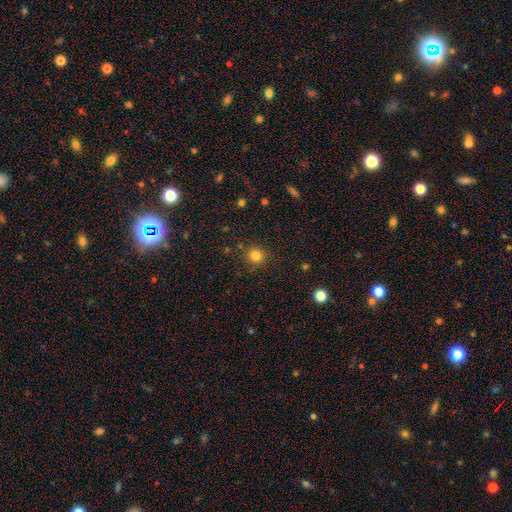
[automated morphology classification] smooth 82%, star or artifact 13%, featured or disk 5%. Down the decision tree: how rounded — round (92%); merging — none (87%).